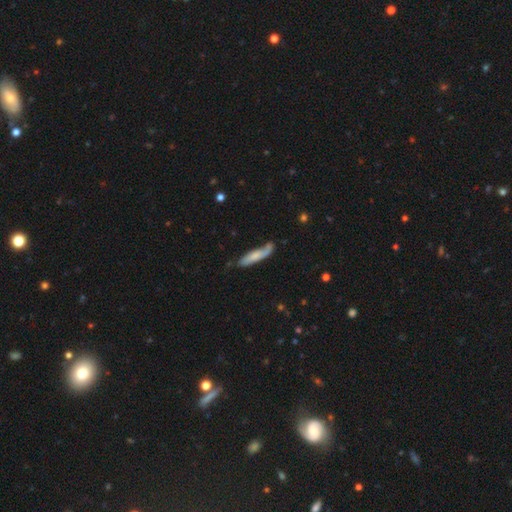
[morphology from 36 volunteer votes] A smooth galaxy with no disk features (64%) that is cigar-shaped (91%). Merging: none (57%).